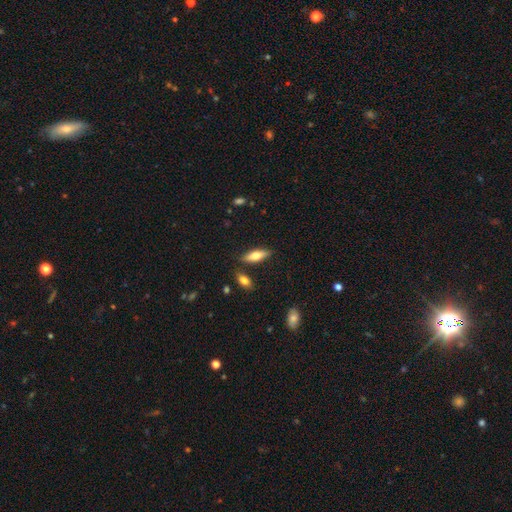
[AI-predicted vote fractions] Morphology: type=smooth (66%); roundness=in between (56%); merging=none (82%).